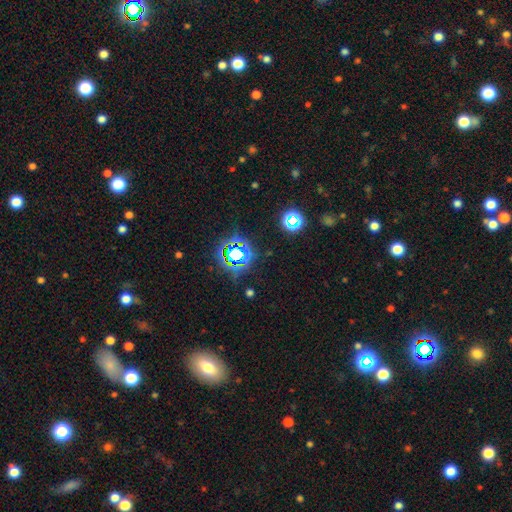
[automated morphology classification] Q: Smooth or featured?
A: star or artifact (62%); runner-up: smooth (30%)